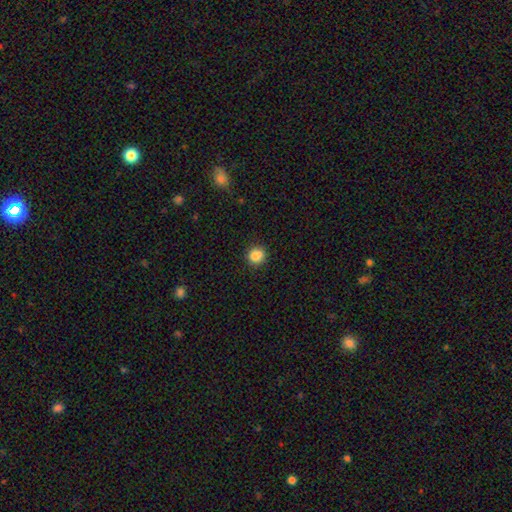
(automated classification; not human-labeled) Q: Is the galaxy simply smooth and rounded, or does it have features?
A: smooth — 84%.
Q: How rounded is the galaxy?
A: round — 84%.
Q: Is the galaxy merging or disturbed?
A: none — 84%.